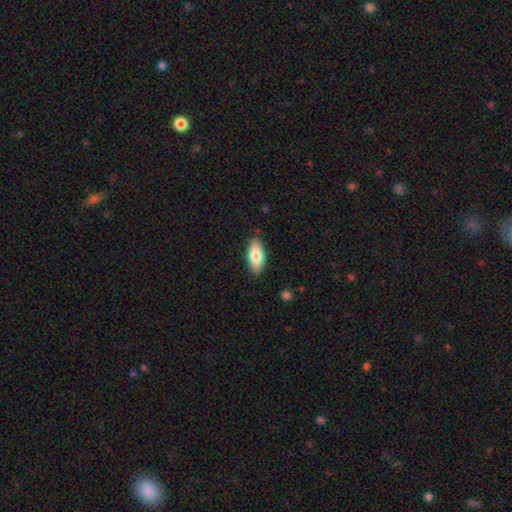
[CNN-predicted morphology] Smooth or featured: smooth — 74% (featured or disk — 19%)
How rounded: in between — 83% (cigar-shaped — 14%)
Merging: none — 86% (minor disturbance — 11%)